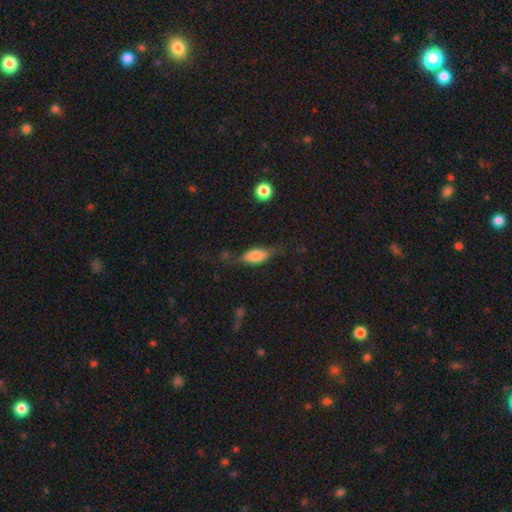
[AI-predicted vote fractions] Q: Smooth or featured?
A: smooth (73%); runner-up: featured or disk (20%)
Q: How rounded?
A: in between (81%); runner-up: cigar-shaped (15%)
Q: Merging?
A: none (51%); runner-up: minor disturbance (29%)